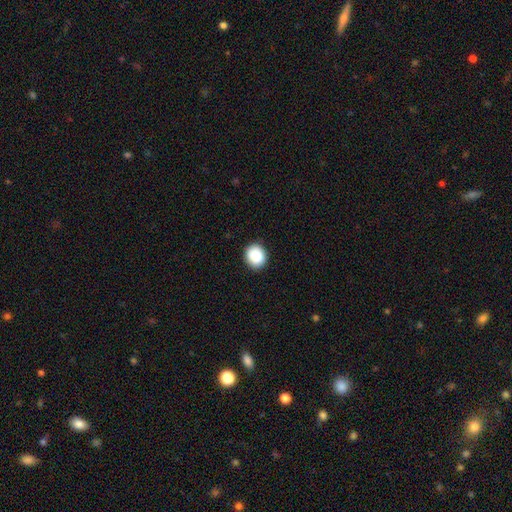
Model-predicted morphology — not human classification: smooth_or_featured: smooth (p=0.89) [alt: star or artifact p=0.08]
how_rounded: round (p=0.74) [alt: in between p=0.25]
merging: none (p=0.90) [alt: minor disturbance p=0.07]